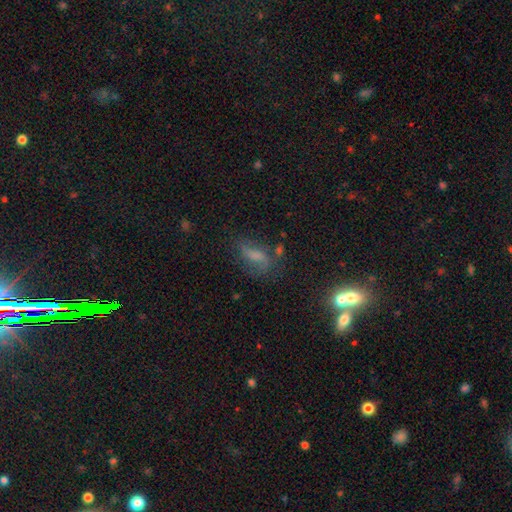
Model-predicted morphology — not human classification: Overall: smooth (44%; featured or disk 39%). Merging: none (52%; minor disturbance 24%).